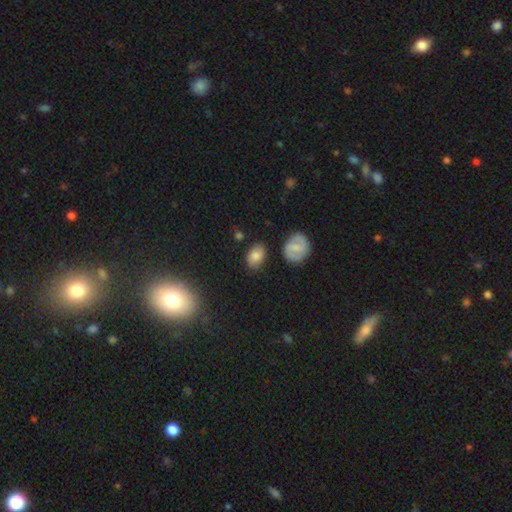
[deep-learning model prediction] smooth_or_featured: smooth (p=0.80) [alt: featured or disk p=0.11]
how_rounded: in between (p=0.81) [alt: round p=0.17]
merging: none (p=0.81) [alt: minor disturbance p=0.13]